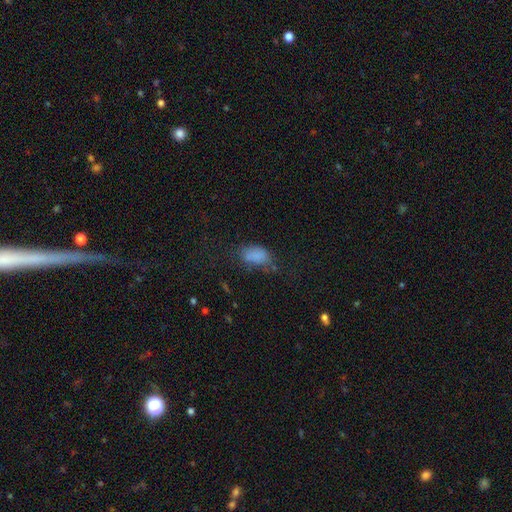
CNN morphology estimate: smooth_or_featured: smooth (p=0.79) [alt: star or artifact p=0.12]
how_rounded: in between (p=0.90) [alt: round p=0.08]
merging: none (p=0.48) [alt: minor disturbance p=0.29]